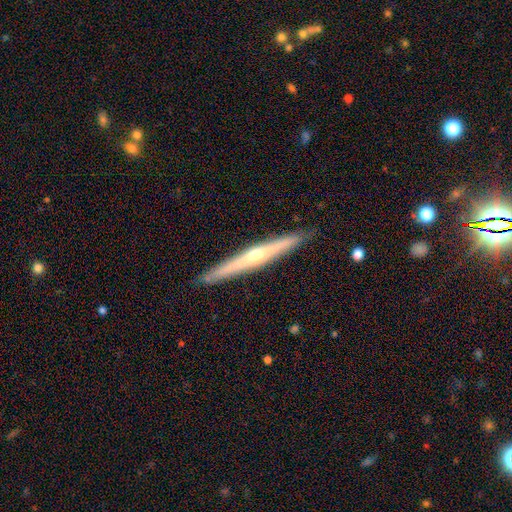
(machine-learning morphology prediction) Smooth or featured?
  - featured or disk: 72% *
  - smooth: 22%
  - star or artifact: 5%
Edge-on disk?
  - yes: 97% *
  - no: 3%
Edge-on bulge?
  - rounded: 81% *
  - none: 16%
  - boxy: 3%
Merging?
  - none: 92% *
  - minor disturbance: 6%
  - major disturbance: 1%
  - merger: 1%